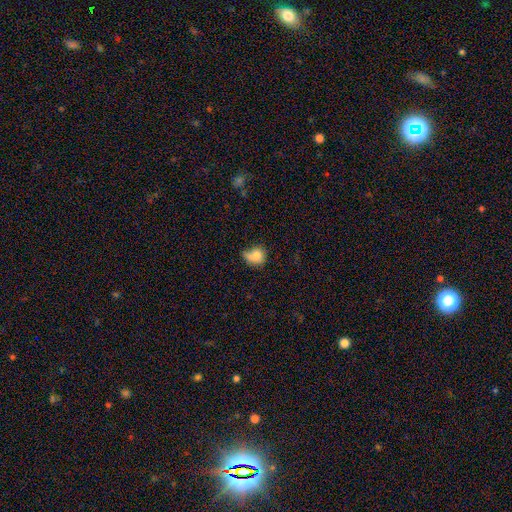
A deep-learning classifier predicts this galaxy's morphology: Smooth or featured: smooth — 76% (featured or disk — 14%)
How rounded: round — 57% (in between — 42%)
Merging: none — 32% (tied with minor disturbance — 32%)